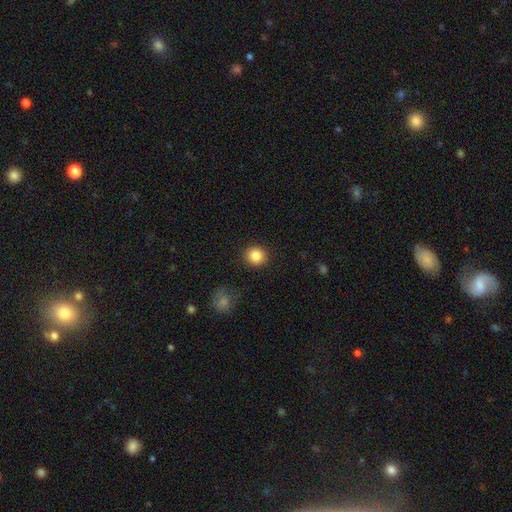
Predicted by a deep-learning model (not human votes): Overall: smooth (85%). How rounded: round (89%). Merging: none (90%).